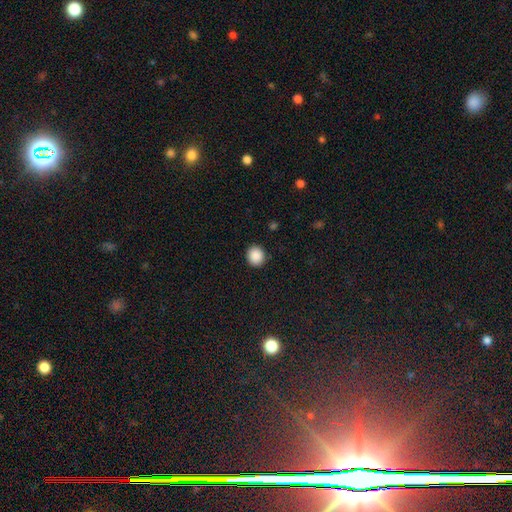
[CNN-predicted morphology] type=smooth (89%); roundness=round (84%); merging=none (90%).